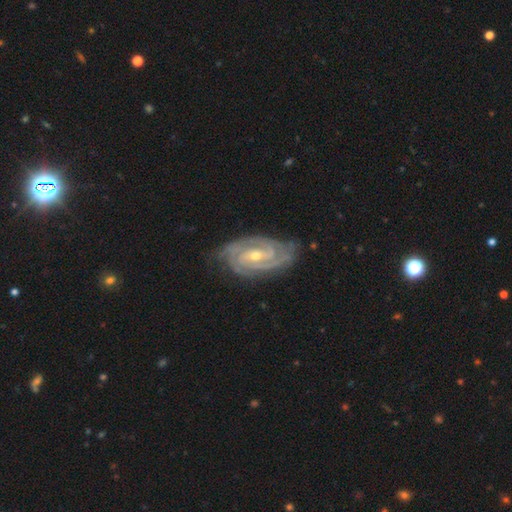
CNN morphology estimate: smooth_or_featured: featured or disk (p=0.92) [alt: star or artifact p=0.04]
disk_edge_on: no (p=0.96) [alt: yes p=0.04]
bar: weak (p=0.44) [alt: no p=0.33]
has_spiral_arms: yes (p=0.98) [alt: no p=0.02]
spiral_winding: tight (p=0.73) [alt: medium p=0.24]
spiral_arm_count: 2 (p=0.35) [alt: 3 p=0.30]
bulge_size: small (p=0.52) [alt: moderate p=0.45]
merging: none (p=0.77) [alt: minor disturbance p=0.18]